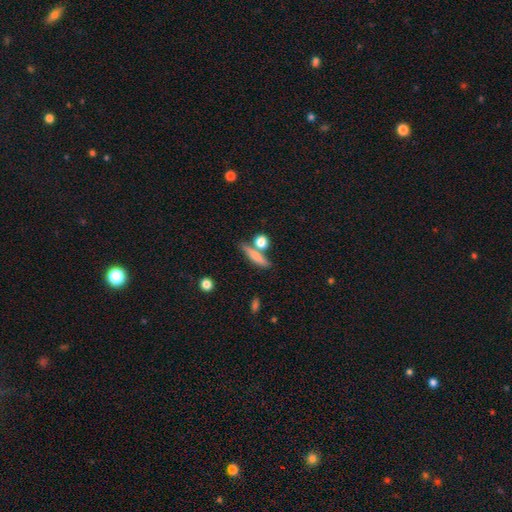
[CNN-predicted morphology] Smooth or featured: smooth — 69% (featured or disk — 23%)
How rounded: cigar-shaped — 63% (in between — 23%)
Merging: none — 63% (merger — 21%)